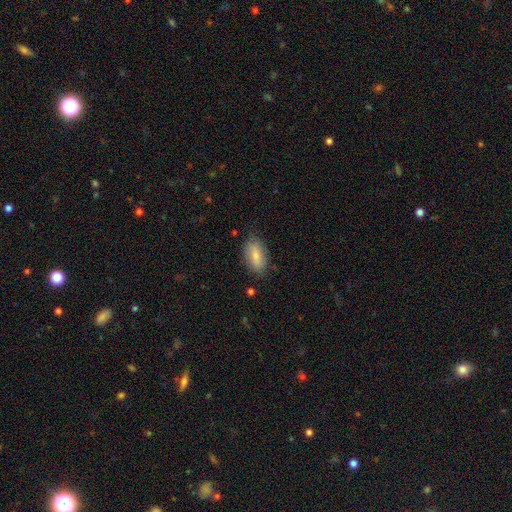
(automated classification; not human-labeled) This is likely a smooth galaxy (78%). How rounded: clearly in between (89%). Merging: likely none (77%).